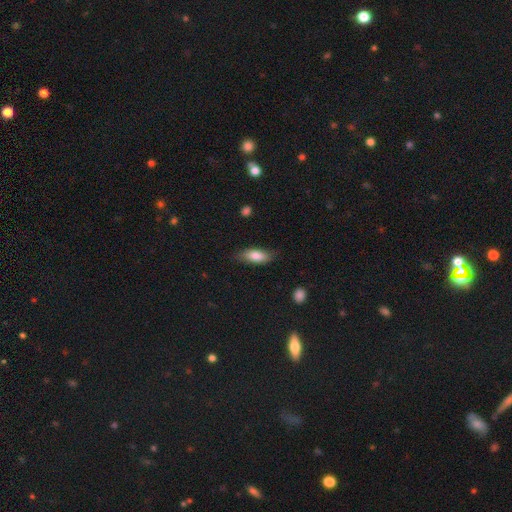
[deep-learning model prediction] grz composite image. It shows a smooth galaxy with no disk features (81%) that is in between round and cigar-shaped (76%). Merging: none (78%).